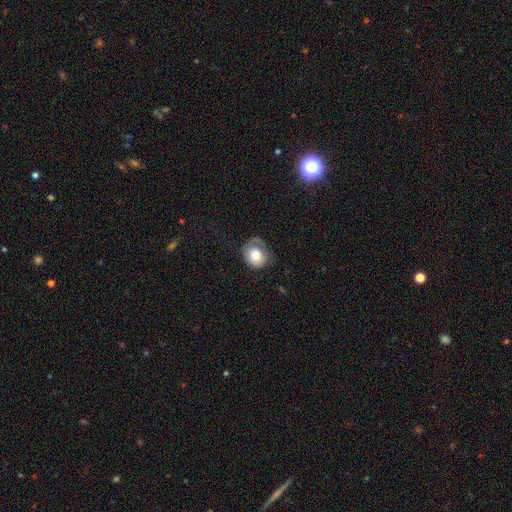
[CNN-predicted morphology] smooth_or_featured: smooth (p=0.67) [alt: featured or disk p=0.25]
how_rounded: round (p=0.73) [alt: in between p=0.26]
merging: none (p=0.50) [alt: minor disturbance p=0.29]